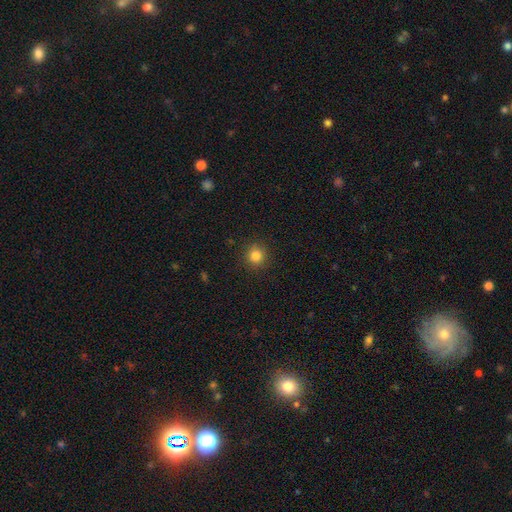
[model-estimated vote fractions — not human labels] Smooth or featured?
  - smooth: 83% *
  - star or artifact: 12%
  - featured or disk: 5%
How rounded?
  - round: 92% *
  - in between: 7%
  - cigar-shaped: 1%
Merging?
  - none: 90% *
  - minor disturbance: 7%
  - major disturbance: 2%
  - merger: 1%